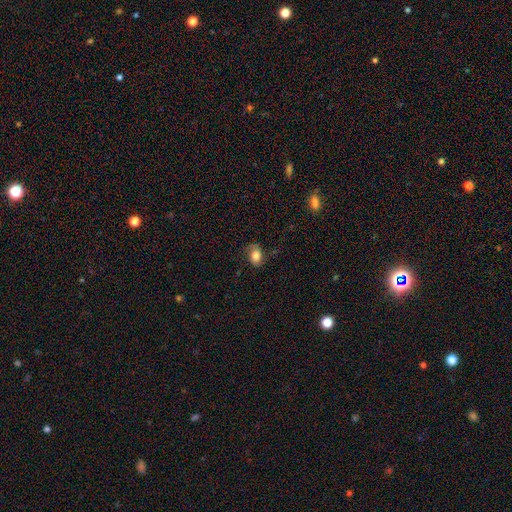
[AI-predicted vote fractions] Smooth or featured?
  - smooth: 76% *
  - featured or disk: 15%
  - star or artifact: 9%
How rounded?
  - in between: 74% *
  - round: 25%
  - cigar-shaped: 1%
Merging?
  - none: 63% *
  - minor disturbance: 25%
  - major disturbance: 11%
  - merger: 1%